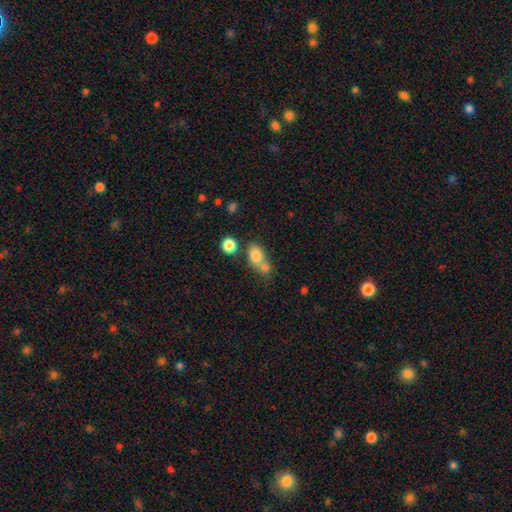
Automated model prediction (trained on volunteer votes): Overall: smooth (78%). How rounded: in between (64%; round 32%). Merging: merger (50%; none 34%).